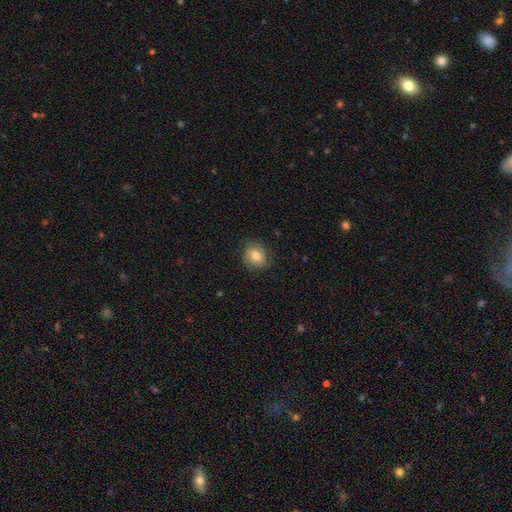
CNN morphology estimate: A smooth galaxy with no disk features (69%) that is round (67%). Merging: none (80%).